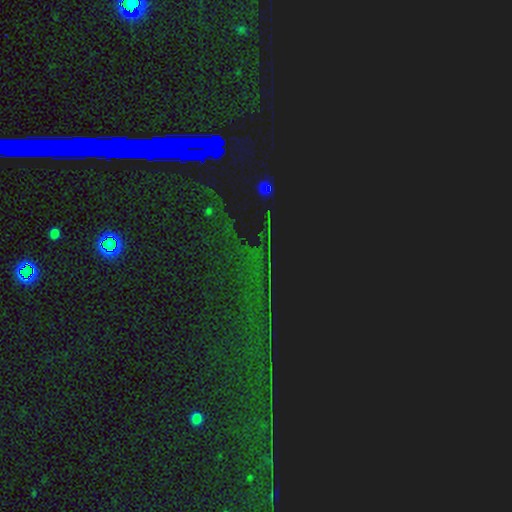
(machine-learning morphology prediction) Overall: star or artifact (83%).